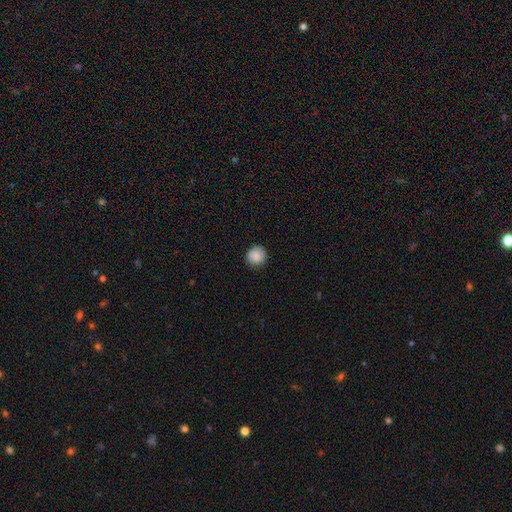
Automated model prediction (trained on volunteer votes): Morphology: type=smooth (87%); roundness=round (93%); merging=none (87%).